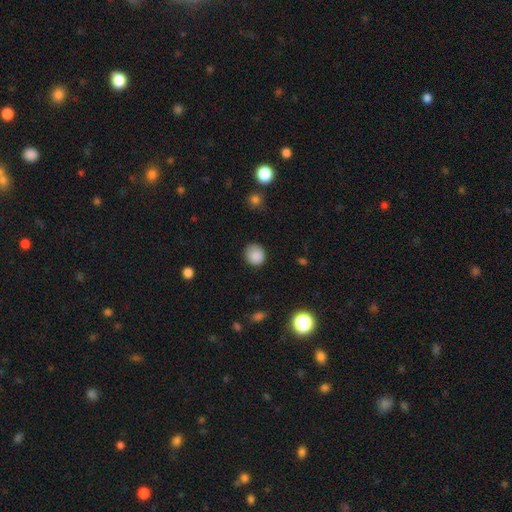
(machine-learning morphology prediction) A smooth galaxy with no disk features (87%) that is round (82%). Merging: none (82%).